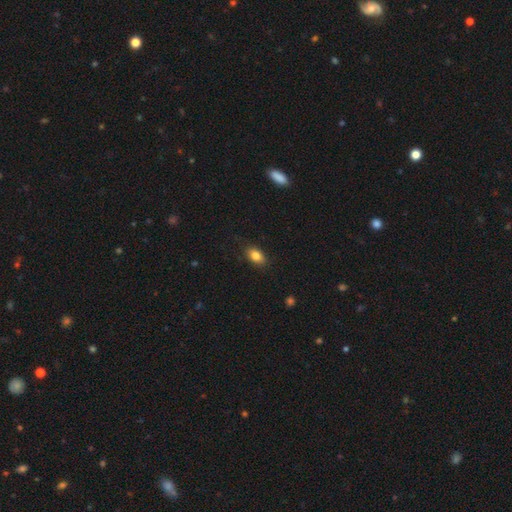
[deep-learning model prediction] Q: Smooth or featured?
A: smooth (84%); runner-up: star or artifact (9%)
Q: How rounded?
A: in between (87%); runner-up: round (11%)
Q: Merging?
A: none (86%); runner-up: minor disturbance (11%)